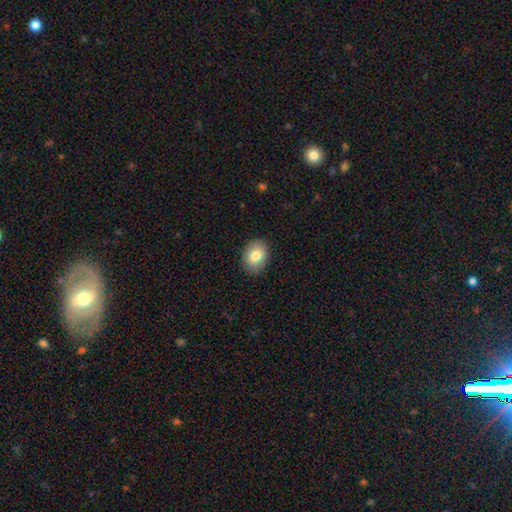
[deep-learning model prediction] A smooth galaxy with no disk features (80%) that is in between round and cigar-shaped (63%). Merging: none (88%).